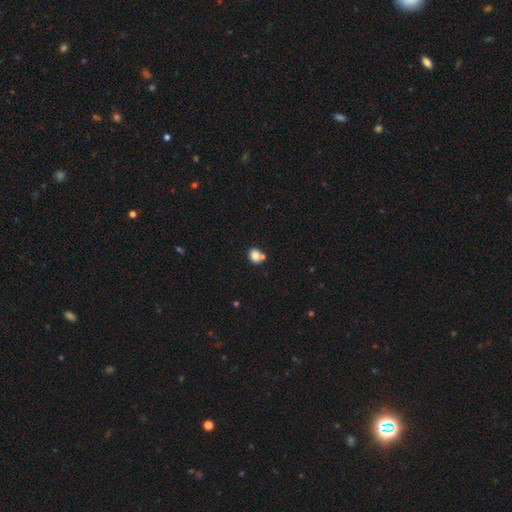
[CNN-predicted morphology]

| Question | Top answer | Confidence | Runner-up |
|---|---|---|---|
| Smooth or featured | smooth | 81% | star or artifact (10%) |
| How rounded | round | 73% | in between (27%) |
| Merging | none | 54% | merger (30%) |